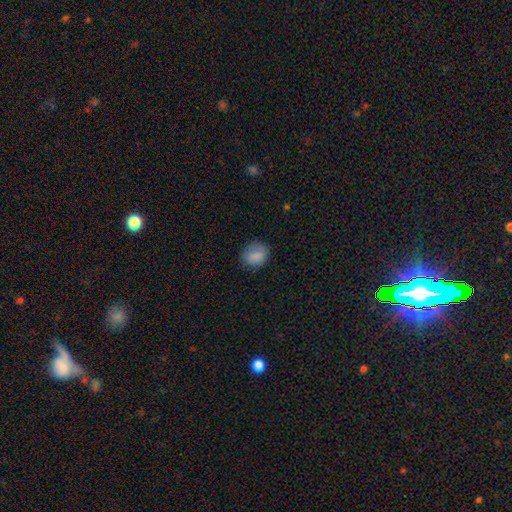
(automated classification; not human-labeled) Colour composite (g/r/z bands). It shows a smooth galaxy with no disk features (84%) that is round (60%). Merging: none (78%).